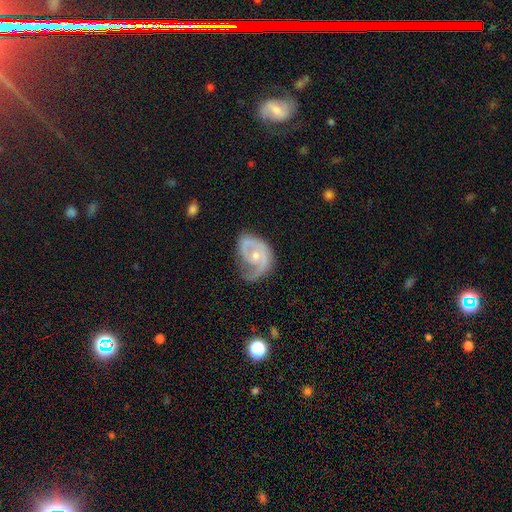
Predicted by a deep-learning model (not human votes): featured or disk 84%, smooth 11%, star or artifact 5%. Down the decision tree: edge-on disk — no (97%); bar — no (67%); spiral arms — yes (93%); spiral arm count — 2 (53%); spiral winding — medium (43%); bulge size — small (52%); merging — none (50%).